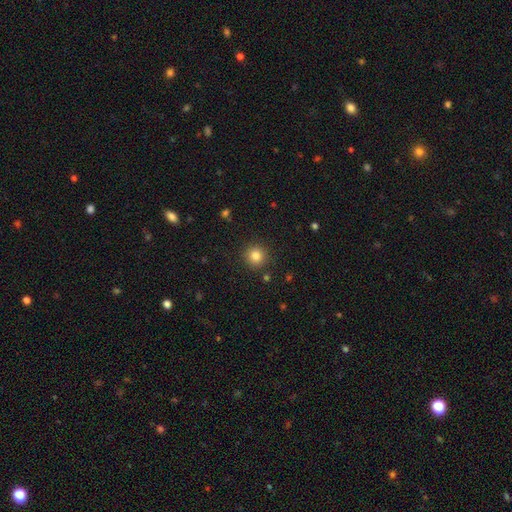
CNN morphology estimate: A smooth galaxy with no disk features (83%) that is round (94%). Merging: none (90%).